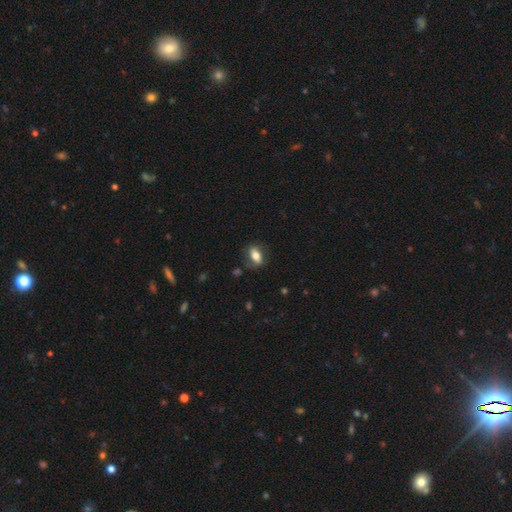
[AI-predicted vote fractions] Q: Smooth or featured?
A: smooth (73%); runner-up: featured or disk (19%)
Q: How rounded?
A: in between (83%); runner-up: round (10%)
Q: Merging?
A: none (73%); runner-up: minor disturbance (18%)